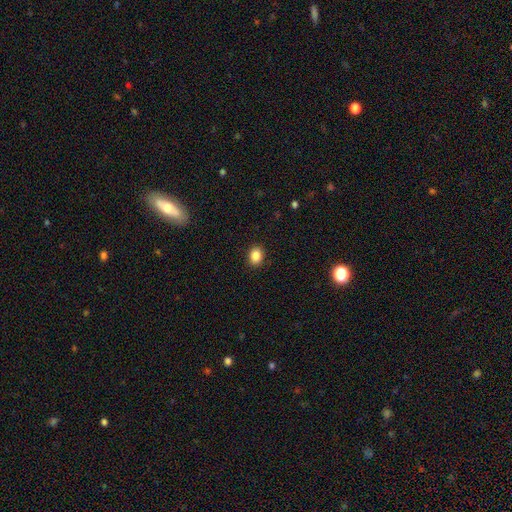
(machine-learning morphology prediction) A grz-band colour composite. It shows a smooth galaxy with no disk features (86%) that is in between round and cigar-shaped (55%). Merging: none (90%).